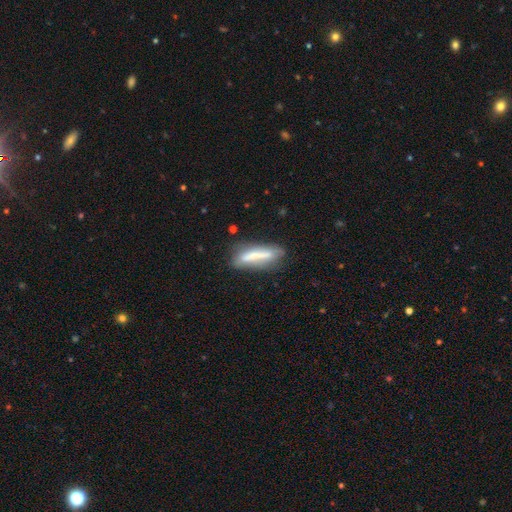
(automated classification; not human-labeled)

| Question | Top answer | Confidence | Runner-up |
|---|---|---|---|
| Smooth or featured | smooth | 55% | featured or disk (37%) |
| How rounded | cigar-shaped | 73% | in between (25%) |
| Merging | none | 65% | minor disturbance (22%) |